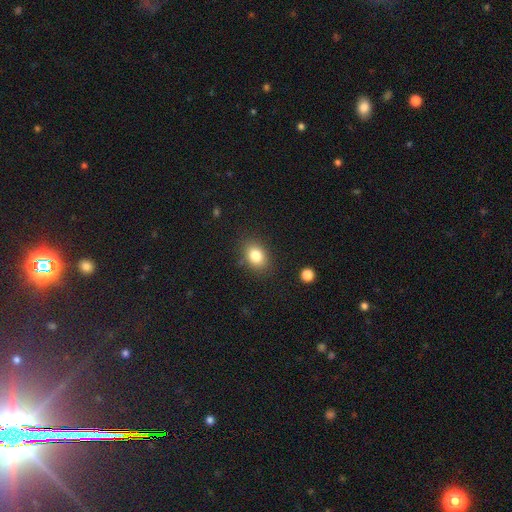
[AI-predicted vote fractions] The model was most divided on "how rounded": in between: 67%, round: 32%, cigar-shaped: 1%. More confident: merging — none (84%); smooth or featured — smooth (83%).